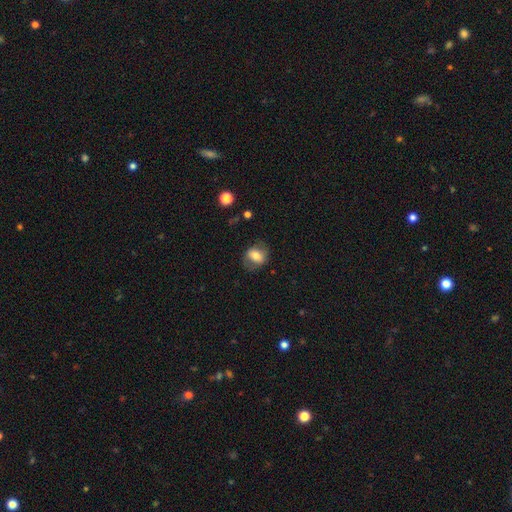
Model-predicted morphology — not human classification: A smooth galaxy with no disk features (62%) that is in between round and cigar-shaped (57%).

Vote fractions:
- Smooth or featured? smooth: 62% / featured or disk: 30% / star or artifact: 8%
- How rounded? in between: 57% / round: 42% / cigar-shaped: 2%
- Merging? none: 70% / minor disturbance: 18% / major disturbance: 10% / merger: 1%